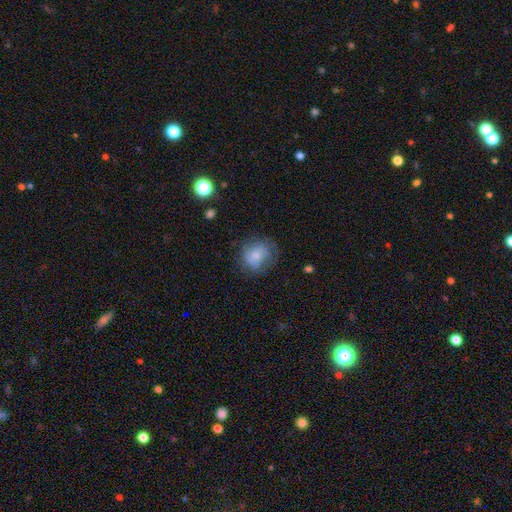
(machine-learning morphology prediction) Overall: smooth (61%; featured or disk 30%). How rounded: round (80%). Merging: none (67%).